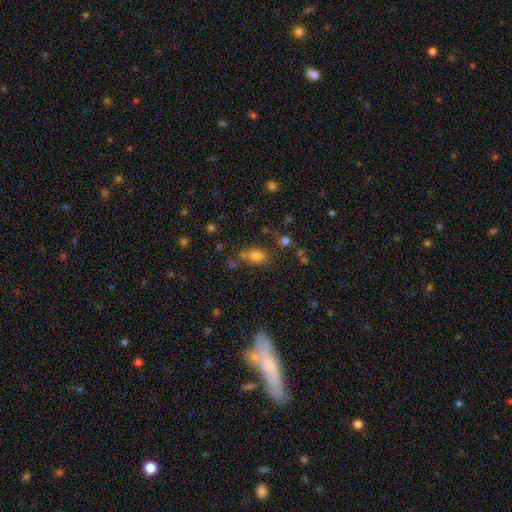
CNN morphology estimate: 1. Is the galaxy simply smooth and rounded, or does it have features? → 78% smooth, 14% star or artifact, 9% featured or disk.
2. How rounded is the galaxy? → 73% in between, 24% round, 2% cigar-shaped.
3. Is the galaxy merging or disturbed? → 62% none, 17% minor disturbance, 15% merger, 6% major disturbance.